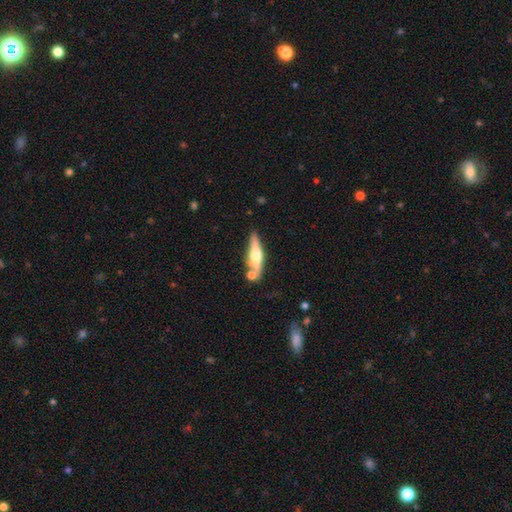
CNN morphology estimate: Smooth or featured? Predicted: featured or disk (p=0.58). Edge-on disk? Predicted: yes (p=0.93). Edge-on bulge? Predicted: rounded (p=0.90). Merging? Predicted: none (p=0.64).